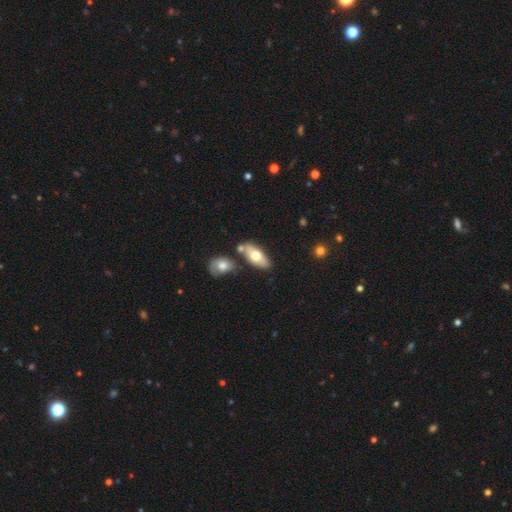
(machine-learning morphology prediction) Overall: smooth (62%; featured or disk 33%). How rounded: in between (84%). Merging: none (65%).